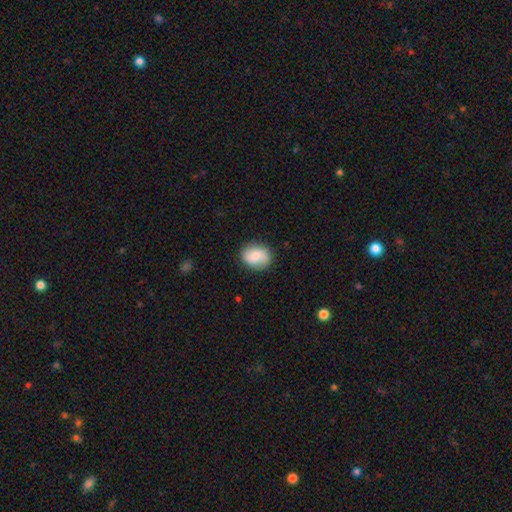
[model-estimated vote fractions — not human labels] A smooth galaxy with no disk features (47%). Merging: none (84%).